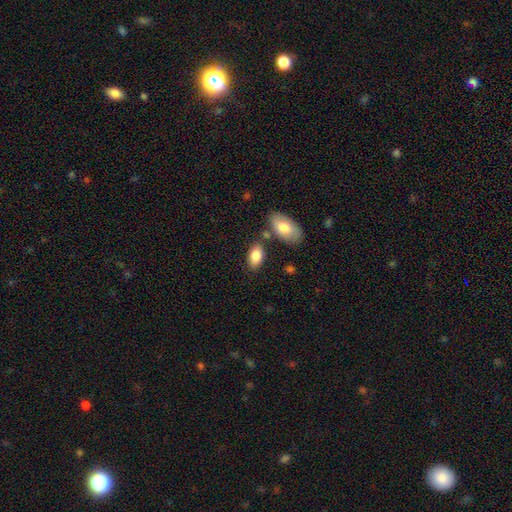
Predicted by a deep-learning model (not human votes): Smooth or featured? Predicted: smooth (p=0.85). How rounded? Predicted: in between (p=0.93). Merging? Predicted: none (p=0.74).